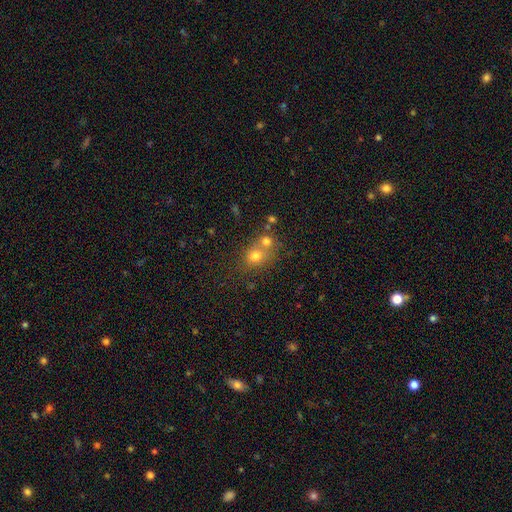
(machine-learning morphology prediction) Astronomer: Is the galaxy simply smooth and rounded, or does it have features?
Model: smooth — 71%.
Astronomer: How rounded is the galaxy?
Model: round — 72%.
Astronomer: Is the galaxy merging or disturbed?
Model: merger — 45% (runner-up: none, 43%).